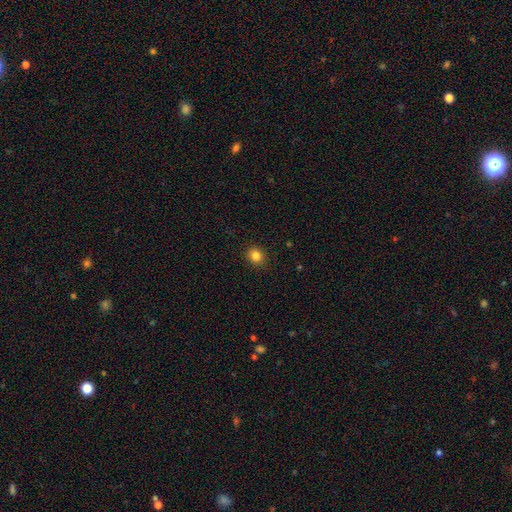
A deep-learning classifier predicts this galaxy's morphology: The model was most divided on "how rounded": round: 75%, in between: 24%, cigar-shaped: 1%. More confident: merging — none (91%); smooth or featured — smooth (83%).